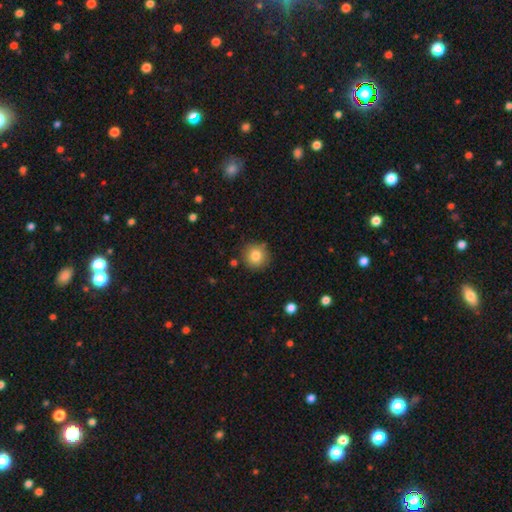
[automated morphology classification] A smooth galaxy with no disk features (82%) that is round (94%). Merging: none (86%).